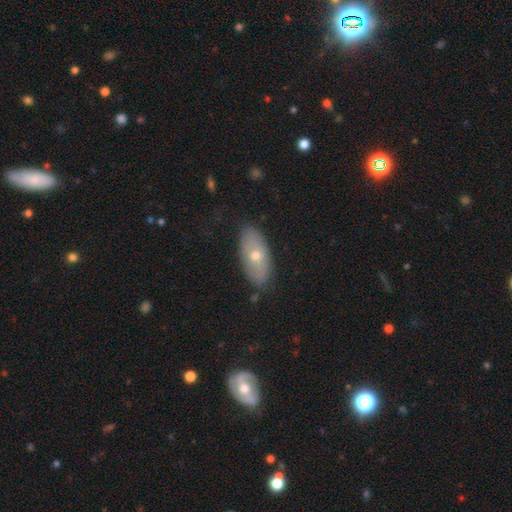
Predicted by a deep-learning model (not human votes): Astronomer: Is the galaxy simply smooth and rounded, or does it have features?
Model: smooth — 57% (runner-up: featured or disk, 35%).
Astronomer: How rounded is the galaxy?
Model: in between — 88%.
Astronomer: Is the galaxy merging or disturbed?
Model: none — 80%.